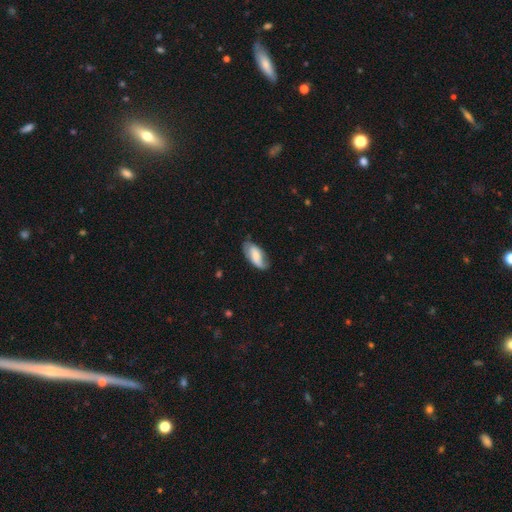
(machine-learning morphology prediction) type=smooth (52%); roundness=in between (90%); merging=none (66%).